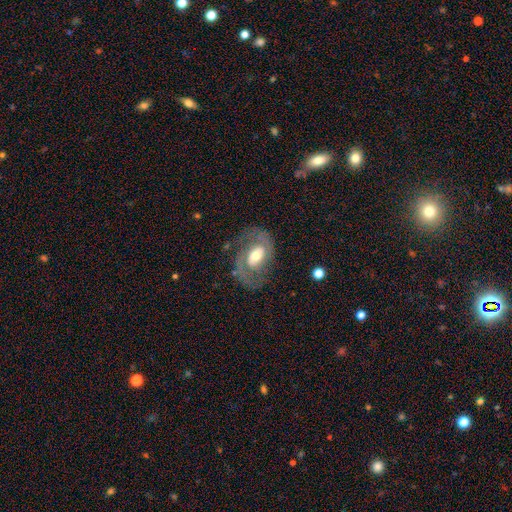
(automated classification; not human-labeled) Smooth or featured? featured or disk (79%)
Edge-on disk? no (96%)
Bar? no (45%)
Spiral arms? yes (85%)
Spiral winding? medium (49%)
Spiral arm count? 2 (82%)
Bulge size? moderate (64%)
Merging? none (71%)